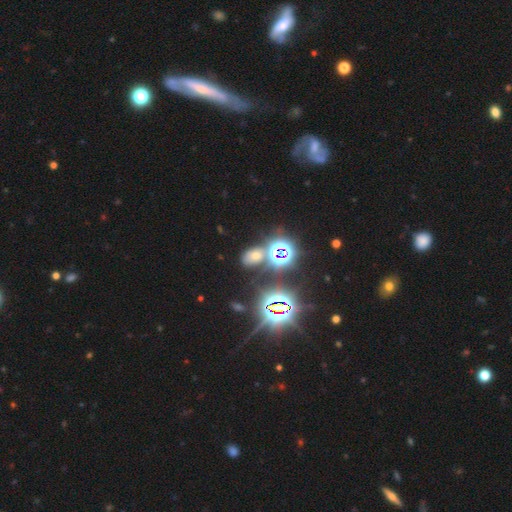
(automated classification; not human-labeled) A star or artifact, not a galaxy (51%).

Vote fractions:
- Smooth or featured? star or artifact: 51% / smooth: 38% / featured or disk: 11%